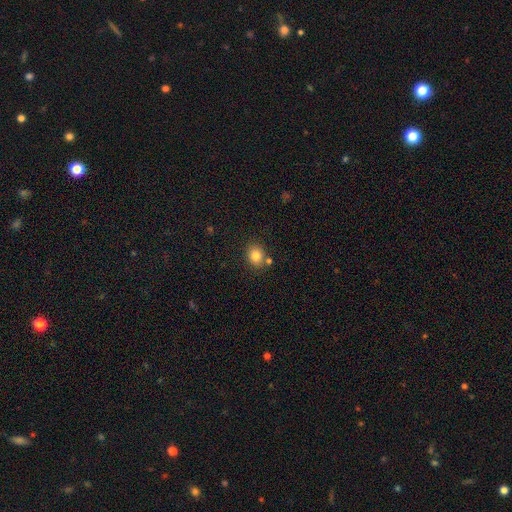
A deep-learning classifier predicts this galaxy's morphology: Smooth or featured? Predicted: smooth (p=0.83). How rounded? Predicted: round (p=0.60). Merging? Predicted: none (p=0.75).